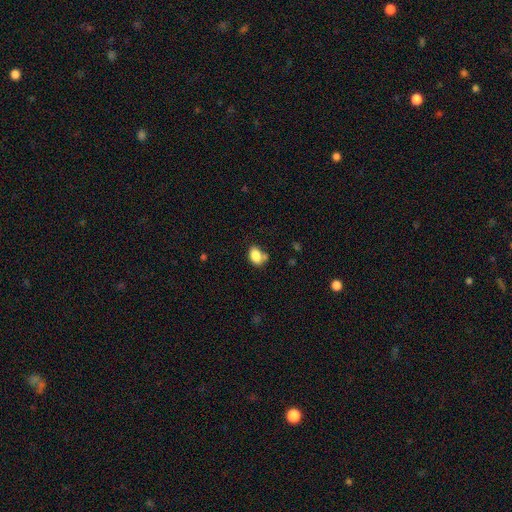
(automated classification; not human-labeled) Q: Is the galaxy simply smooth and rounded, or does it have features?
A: smooth — 83%.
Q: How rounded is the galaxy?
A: in between — 78%.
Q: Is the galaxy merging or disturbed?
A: none — 52%.